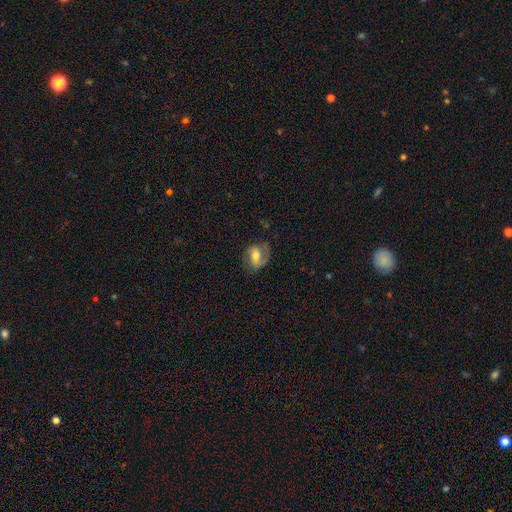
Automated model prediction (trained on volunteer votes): Smooth or featured: featured or disk — 56% (smooth — 36%)
Edge-on disk: no — 96% (yes — 4%)
Bar: weak — 41% (no — 31%)
Spiral arms: yes — 83% (no — 17%)
Bulge size: moderate — 61% (small — 25%)
Merging: none — 60% (minor disturbance — 23%)